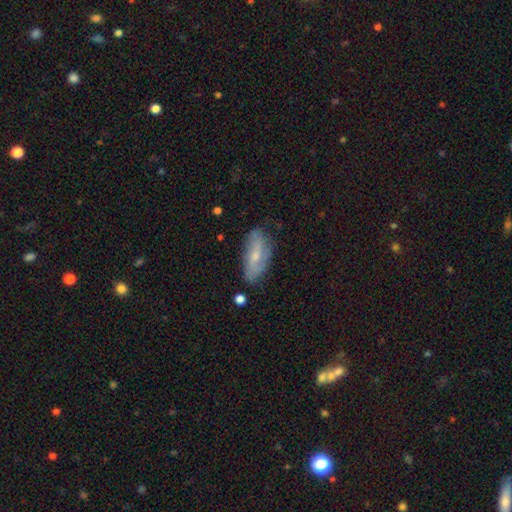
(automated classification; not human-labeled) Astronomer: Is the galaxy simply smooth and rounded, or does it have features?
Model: featured or disk — 47% (runner-up: smooth, 45%).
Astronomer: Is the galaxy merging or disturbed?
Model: none — 69%.